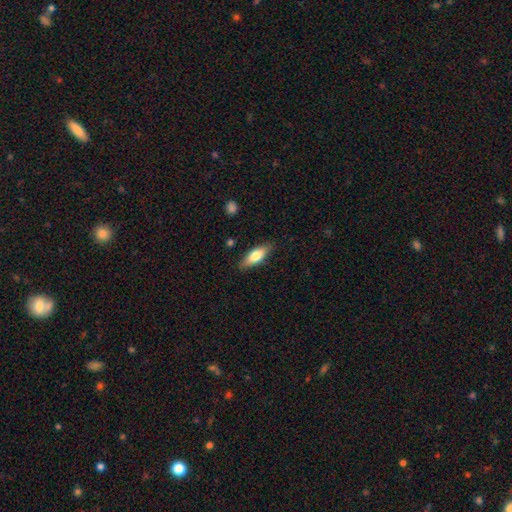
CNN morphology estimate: smooth-or-featured: smooth: 70% | featured or disk: 24% | star or artifact: 6%
  how-rounded: in between: 64% | cigar-shaped: 34% | round: 2%
  merging: none: 84% | minor disturbance: 12% | major disturbance: 2% | merger: 1%